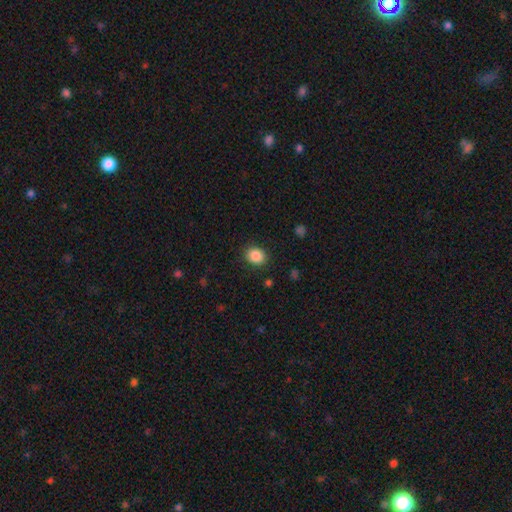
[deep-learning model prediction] A smooth galaxy with no disk features (87%) that is round (53%). Merging: none (88%).